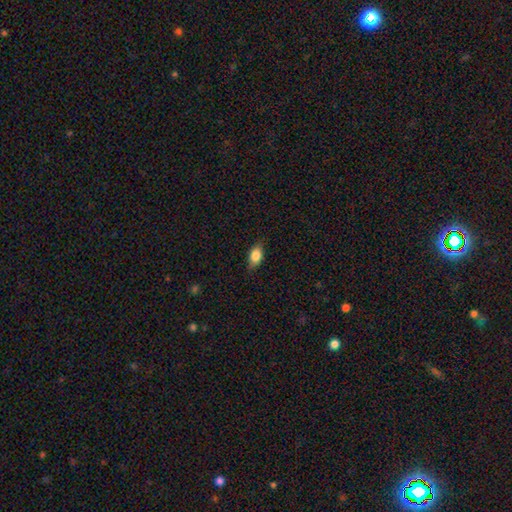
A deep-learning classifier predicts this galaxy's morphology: type=smooth (80%); roundness=in between (84%); merging=none (81%).